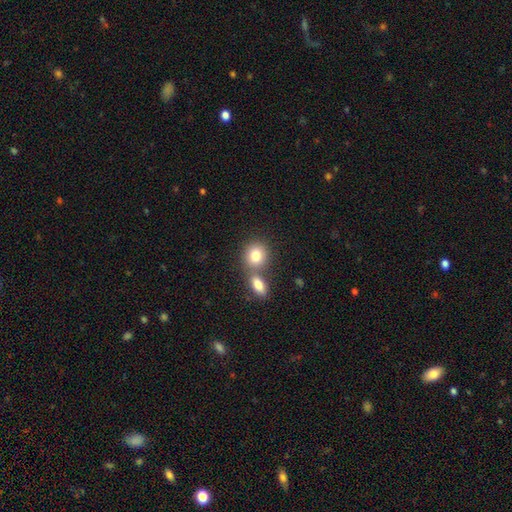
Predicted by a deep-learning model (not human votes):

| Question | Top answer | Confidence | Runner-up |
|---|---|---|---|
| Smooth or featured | smooth | 80% | featured or disk (11%) |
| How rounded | round | 72% | in between (26%) |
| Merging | none | 49% | merger (40%) |